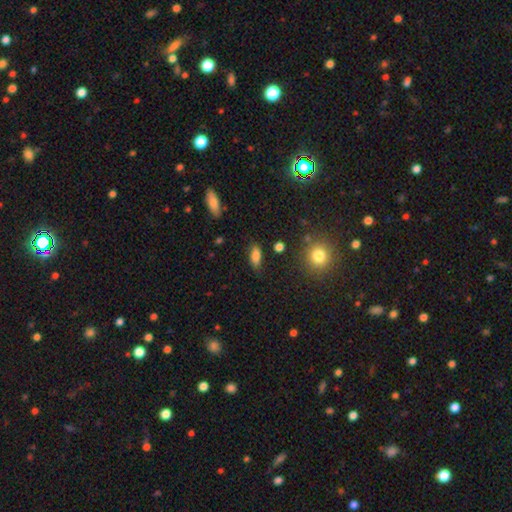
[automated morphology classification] Overall: smooth (79%). How rounded: in between (76%). Merging: none (79%).